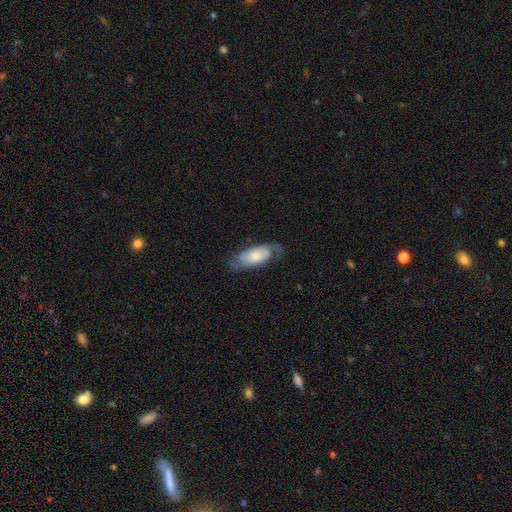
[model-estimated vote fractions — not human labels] A smooth galaxy with no disk features (53%) that is in between round and cigar-shaped (87%). Merging: none (54%).